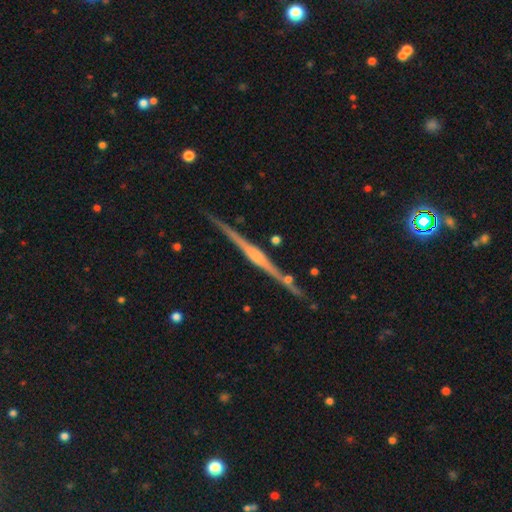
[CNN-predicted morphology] This is clearly a featured or disk galaxy (84%). It is clearly viewed edge-on (98%). Edge-on bulge: likely rounded (64%). Merging: clearly none (86%).